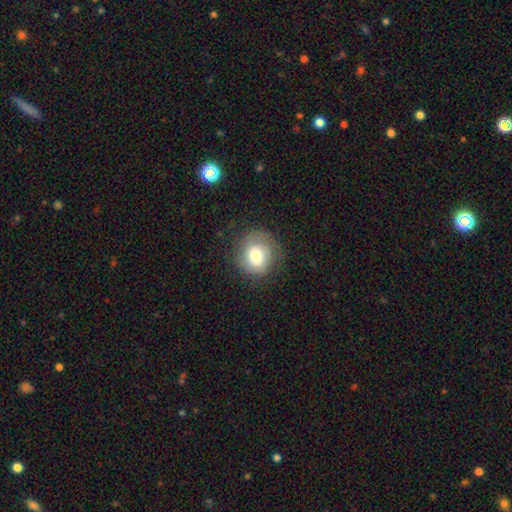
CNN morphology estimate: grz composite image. It shows a smooth galaxy with no disk features (68%) that is round (87%). Merging: none (74%).